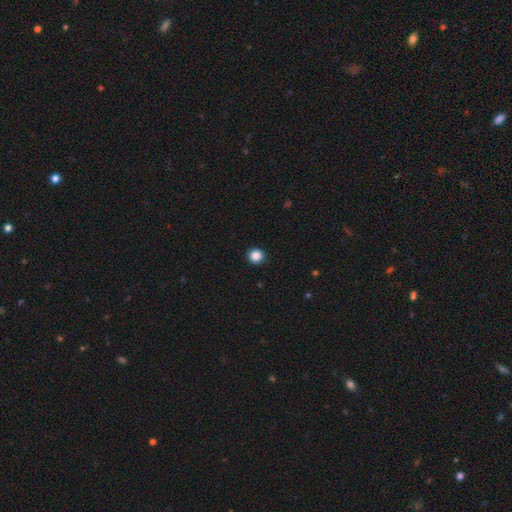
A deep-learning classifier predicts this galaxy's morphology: Smooth or featured? Predicted: smooth (p=0.86). How rounded? Predicted: round (p=0.94). Merging? Predicted: none (p=0.93).